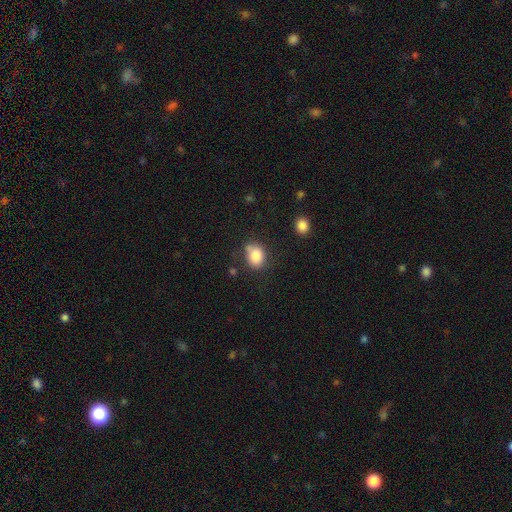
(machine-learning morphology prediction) Smooth or featured?
  - smooth: 84% *
  - star or artifact: 9%
  - featured or disk: 7%
How rounded?
  - in between: 57% *
  - round: 42%
  - cigar-shaped: 1%
Merging?
  - none: 62% *
  - minor disturbance: 23%
  - merger: 9%
  - major disturbance: 7%